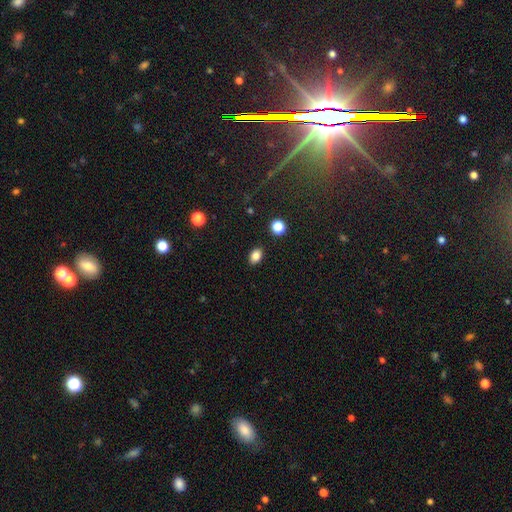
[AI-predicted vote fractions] Overall: smooth (83%). How rounded: in between (82%). Merging: none (88%).